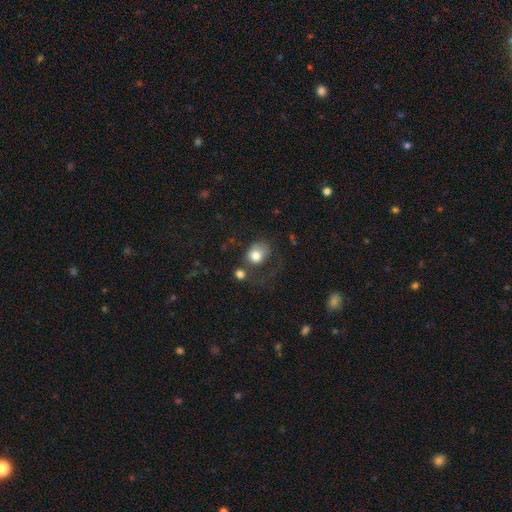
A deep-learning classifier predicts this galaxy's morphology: smooth-or-featured: smooth: 77% | featured or disk: 13% | star or artifact: 10%
  how-rounded: round: 57% | in between: 42% | cigar-shaped: 1%
  merging: none: 36% | major disturbance: 30% | minor disturbance: 20% | merger: 14%